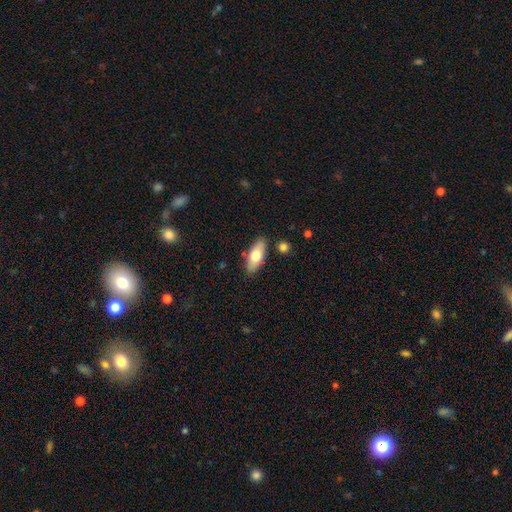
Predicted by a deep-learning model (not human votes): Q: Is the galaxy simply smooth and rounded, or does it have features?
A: smooth — 70%.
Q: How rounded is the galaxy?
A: in between — 79%.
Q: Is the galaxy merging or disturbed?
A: none — 83%.